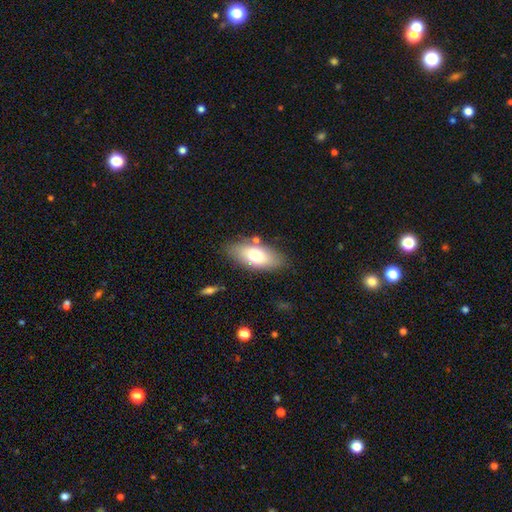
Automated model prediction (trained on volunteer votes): Q: Smooth or featured?
A: smooth (71%); runner-up: featured or disk (22%)
Q: How rounded?
A: in between (87%); runner-up: cigar-shaped (10%)
Q: Merging?
A: none (79%); runner-up: minor disturbance (13%)